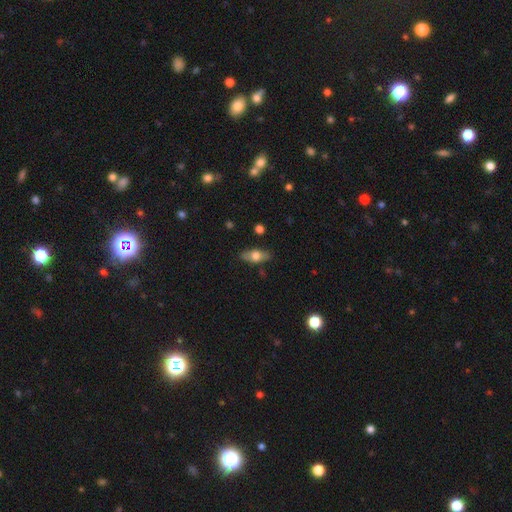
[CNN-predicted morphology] Q: Smooth or featured?
A: smooth (62%); runner-up: featured or disk (31%)
Q: How rounded?
A: in between (80%); runner-up: cigar-shaped (15%)
Q: Merging?
A: none (83%); runner-up: minor disturbance (13%)